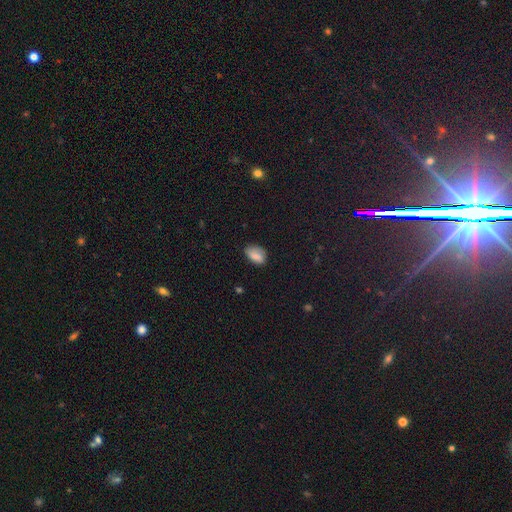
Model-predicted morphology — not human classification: Q: Smooth or featured?
A: smooth (76%); runner-up: featured or disk (14%)
Q: How rounded?
A: in between (85%); runner-up: round (13%)
Q: Merging?
A: none (59%); runner-up: minor disturbance (30%)